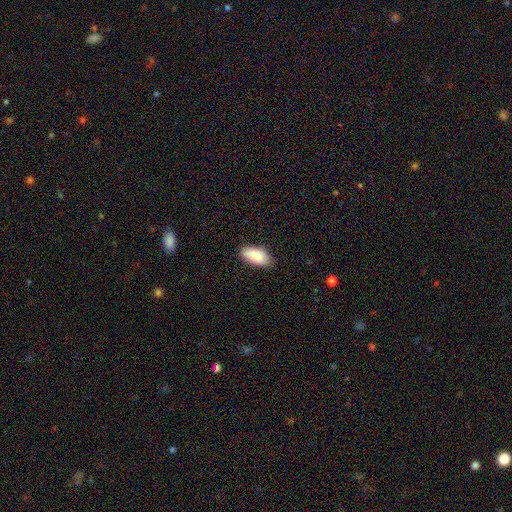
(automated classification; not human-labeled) Morphology: type=smooth (85%); roundness=in between (92%); merging=none (82%).